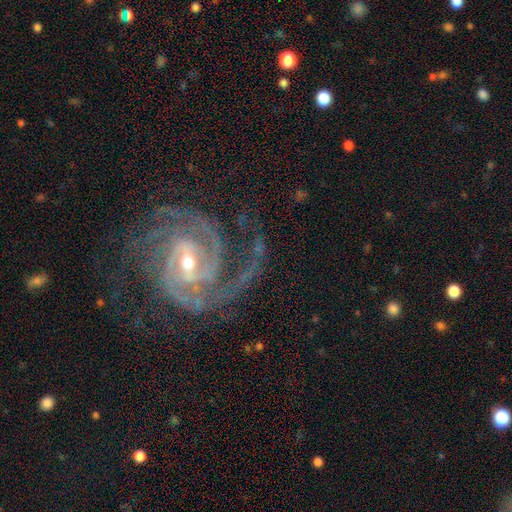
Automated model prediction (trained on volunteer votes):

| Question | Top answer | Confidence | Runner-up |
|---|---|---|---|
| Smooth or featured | featured or disk | 92% | star or artifact (5%) |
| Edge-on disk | no | 98% | yes (2%) |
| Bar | weak | 43% | strong (33%) |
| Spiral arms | yes | 99% | no (1%) |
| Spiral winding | tight | 57% | medium (37%) |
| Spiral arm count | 2 | 37% | 3 (31%) |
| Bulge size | small | 49% | moderate (47%) |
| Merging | none | 68% | minor disturbance (17%) |